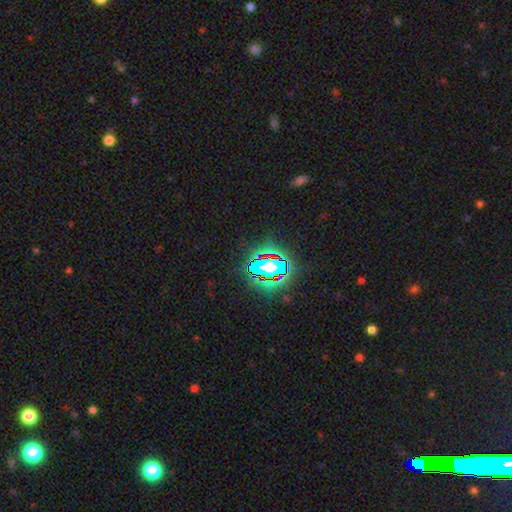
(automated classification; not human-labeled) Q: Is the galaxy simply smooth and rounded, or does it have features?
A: star or artifact — 73%.